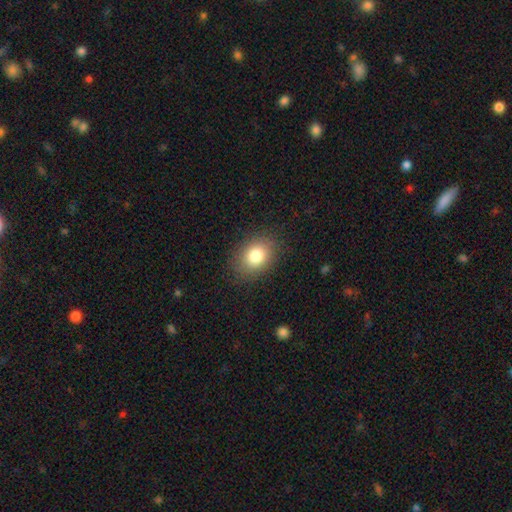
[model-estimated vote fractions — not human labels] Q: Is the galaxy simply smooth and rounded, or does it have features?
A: smooth — 82%.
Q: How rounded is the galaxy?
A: in between — 66%.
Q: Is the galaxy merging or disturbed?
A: none — 86%.